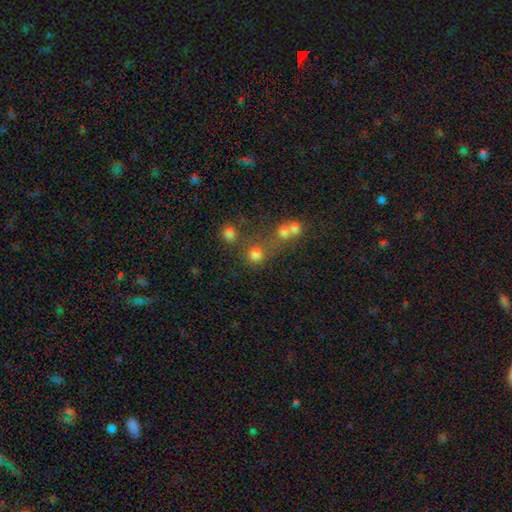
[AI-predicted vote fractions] Overall: smooth (68%). How rounded: round (87%). Merging: none (55%; merger 31%).